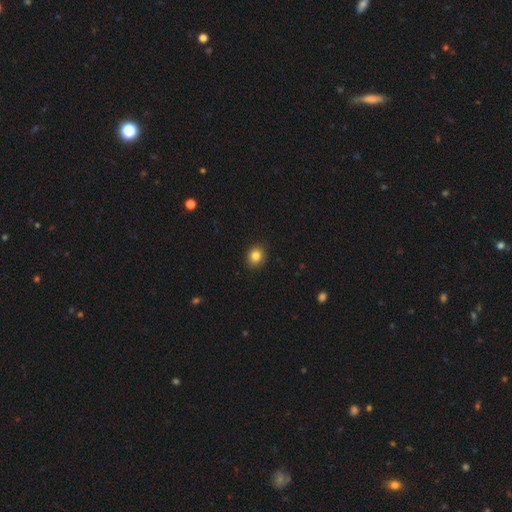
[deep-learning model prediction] smooth 83%, star or artifact 11%, featured or disk 6%. Down the decision tree: how rounded — round (77%); merging — none (91%).